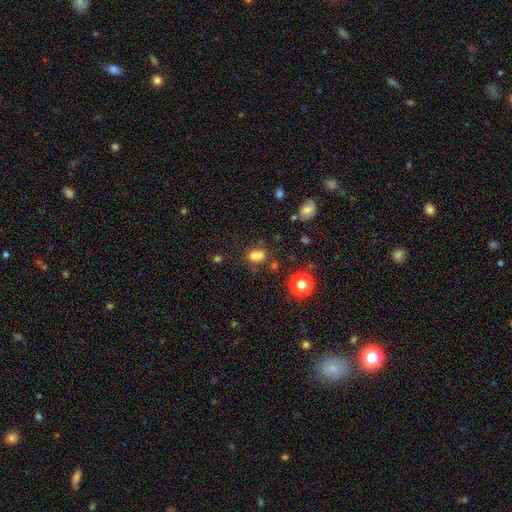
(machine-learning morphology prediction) smooth_or_featured: smooth (p=0.74) [alt: star or artifact p=0.16]
how_rounded: in between (p=0.52) [alt: round p=0.46]
merging: none (p=0.55) [alt: minor disturbance p=0.20]